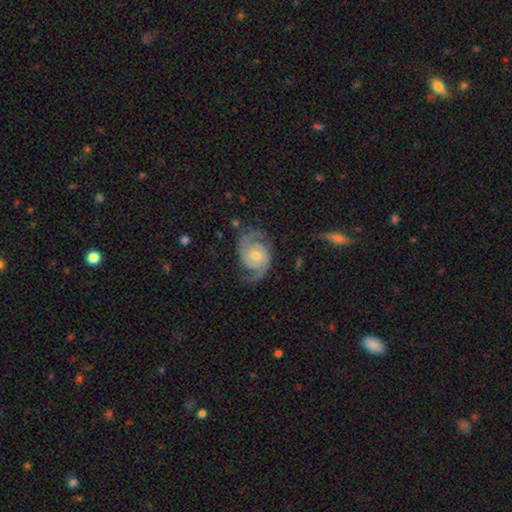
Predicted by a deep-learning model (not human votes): Q: Smooth or featured?
A: featured or disk (90%); runner-up: smooth (5%)
Q: Edge-on disk?
A: no (98%); runner-up: yes (2%)
Q: Bar?
A: no (67%); runner-up: weak (27%)
Q: Spiral arms?
A: yes (98%); runner-up: no (2%)
Q: Spiral winding?
A: tight (45%); runner-up: medium (43%)
Q: Spiral arm count?
A: 2 (90%); runner-up: can't tell (3%)
Q: Bulge size?
A: moderate (52%); runner-up: small (44%)
Q: Merging?
A: none (76%); runner-up: minor disturbance (16%)